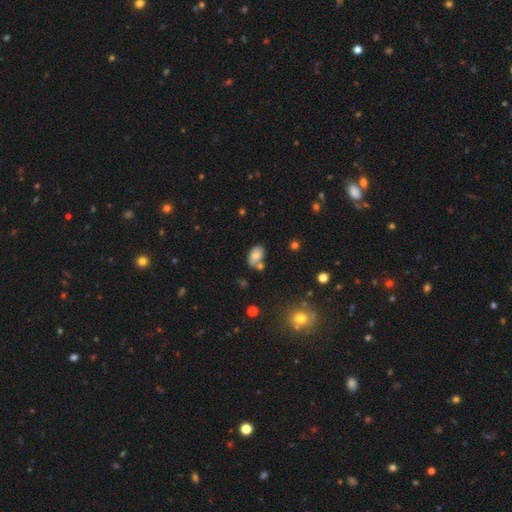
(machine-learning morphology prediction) type=smooth (76%); roundness=in between (90%); merging=none (54%).